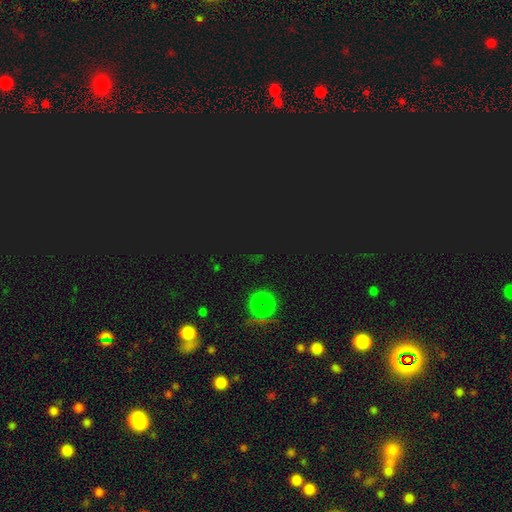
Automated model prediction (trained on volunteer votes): smooth_or_featured: star or artifact (p=0.78) [alt: smooth p=0.15]